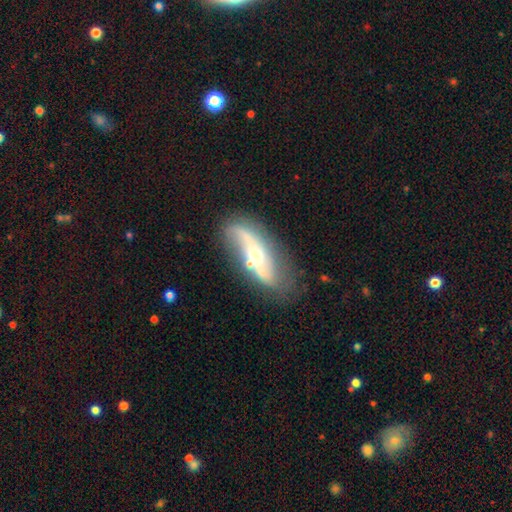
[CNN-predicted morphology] A featured or disk galaxy (75%) with no bar (48%), 2 (82%) loose (71%) spiral arms (84%) and a moderate central bulge (53%). Merging: none (59%).